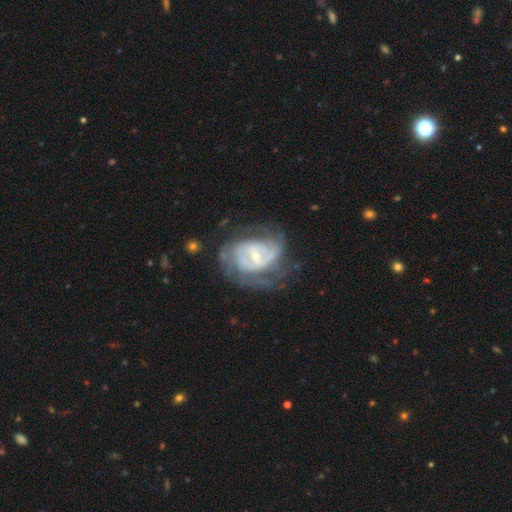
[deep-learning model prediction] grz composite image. It shows a featured or disk galaxy (83%) with no bar (43%), tight (50%) spiral arms (87%) and a small central bulge (61%). Merging: none (54%).